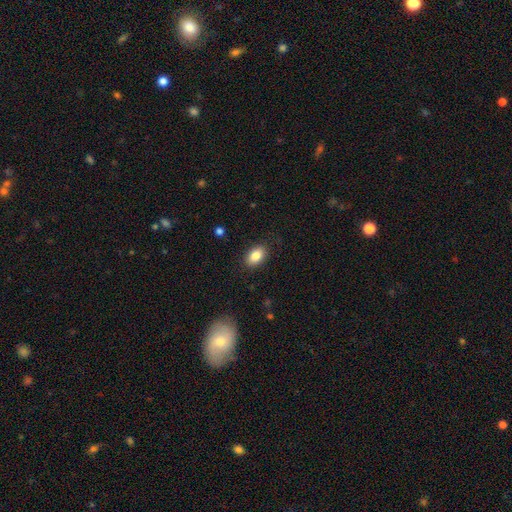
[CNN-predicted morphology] Q: Smooth or featured?
A: smooth (85%); runner-up: star or artifact (8%)
Q: How rounded?
A: in between (87%); runner-up: round (11%)
Q: Merging?
A: none (87%); runner-up: minor disturbance (10%)